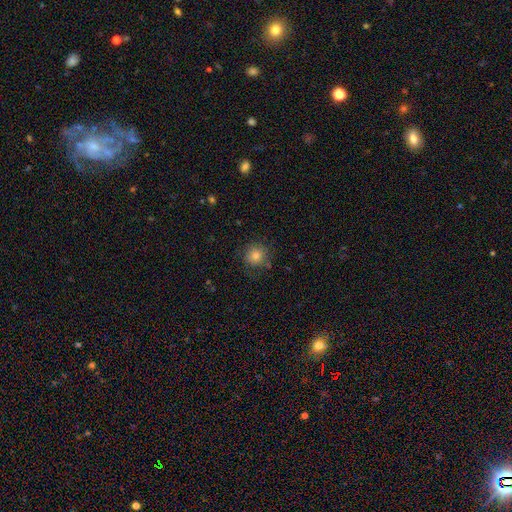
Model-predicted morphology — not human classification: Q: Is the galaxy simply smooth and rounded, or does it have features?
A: smooth — 78%.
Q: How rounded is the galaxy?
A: round — 91%.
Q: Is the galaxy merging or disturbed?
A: none — 80%.